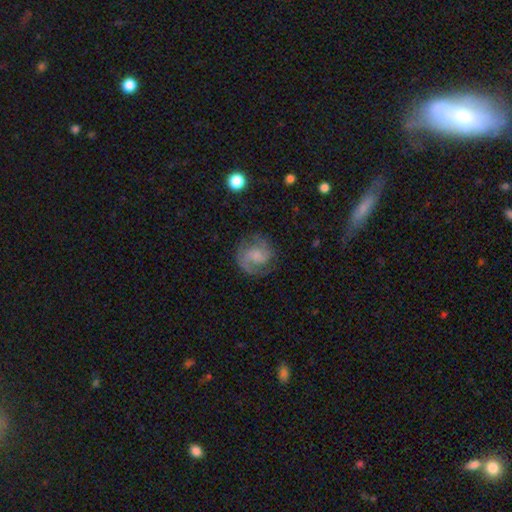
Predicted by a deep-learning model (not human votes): Smooth or featured?
  - featured or disk: 71% *
  - smooth: 22%
  - star or artifact: 8%
Edge-on disk?
  - no: 98% *
  - yes: 2%
Bar?
  - no: 58% *
  - weak: 36%
  - strong: 6%
Spiral arms?
  - yes: 93% *
  - no: 7%
Spiral winding?
  - medium: 48% *
  - tight: 34%
  - loose: 18%
Spiral arm count?
  - 2: 73% *
  - 1: 11%
  - can't tell: 9%
  - 3: 4%
  - 4: 2%
  - more than 4: 2%
Bulge size?
  - small: 36% *
  - none: 31%
  - moderate: 25%
  - large: 7%
  - dominant: 2%
Merging?
  - none: 71% *
  - minor disturbance: 17%
  - major disturbance: 10%
  - merger: 1%